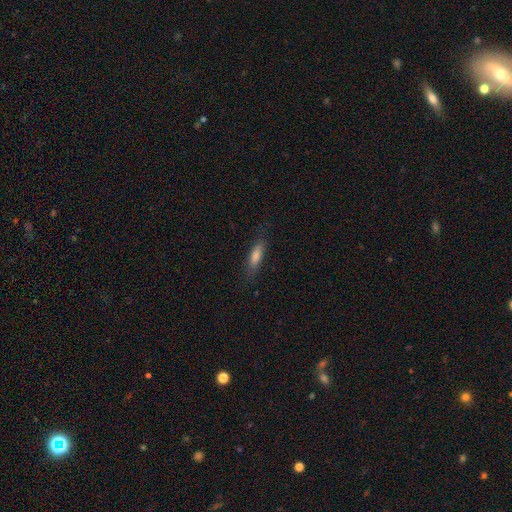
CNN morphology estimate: smooth_or_featured: smooth (p=0.73) [alt: featured or disk p=0.19]
how_rounded: cigar-shaped (p=0.64) [alt: in between p=0.34]
merging: none (p=0.80) [alt: minor disturbance p=0.15]